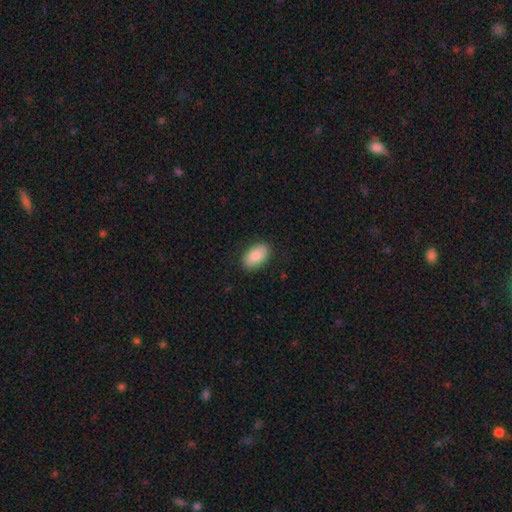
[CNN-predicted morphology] smooth 83%, featured or disk 10%, star or artifact 6%. Down the decision tree: how rounded — in between (93%); merging — none (88%).